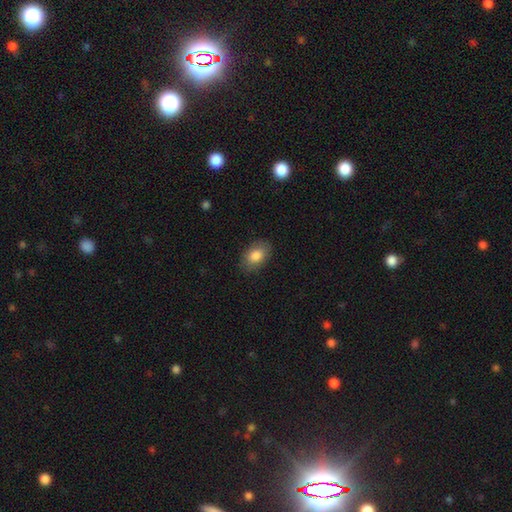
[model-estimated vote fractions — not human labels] Morphology: type=smooth (84%); roundness=in between (86%); merging=none (85%).